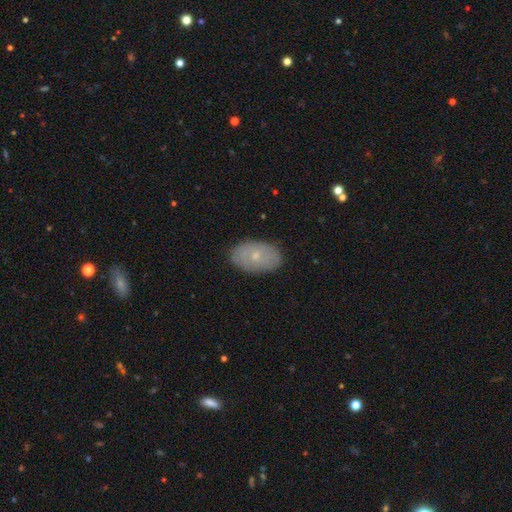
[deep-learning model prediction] The model was most divided on "smooth or featured": smooth: 50%, featured or disk: 42%, star or artifact: 8%. More confident: how rounded — in between (90%); merging — none (85%).